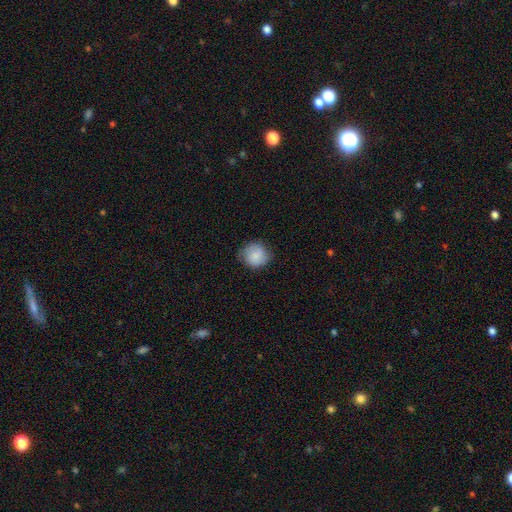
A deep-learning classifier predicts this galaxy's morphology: This is clearly a smooth galaxy (82%). How rounded: clearly round (86%). Merging: likely none (73%).